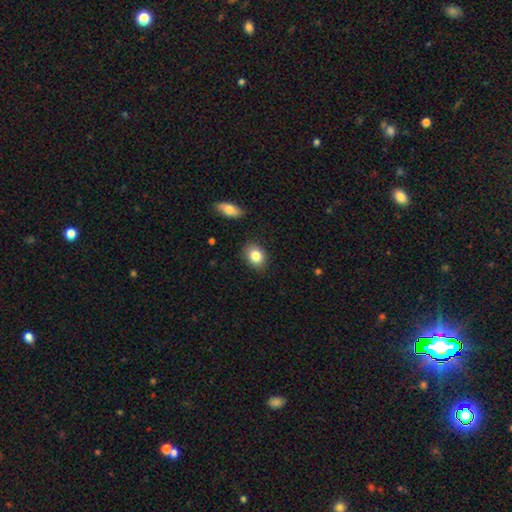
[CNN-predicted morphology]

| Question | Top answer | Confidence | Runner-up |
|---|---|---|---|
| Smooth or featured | smooth | 83% | star or artifact (9%) |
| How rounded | in between | 57% | round (42%) |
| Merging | none | 86% | minor disturbance (10%) |